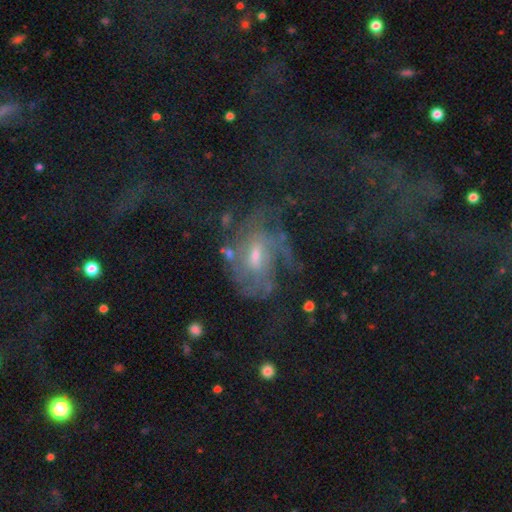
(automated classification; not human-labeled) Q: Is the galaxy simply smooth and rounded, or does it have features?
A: featured or disk — 73%.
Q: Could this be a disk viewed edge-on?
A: no — 97%.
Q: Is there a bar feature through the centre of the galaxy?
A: weak — 53%.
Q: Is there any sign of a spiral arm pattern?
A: yes — 81%.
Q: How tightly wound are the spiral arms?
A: medium — 41%.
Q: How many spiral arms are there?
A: can't tell — 49%.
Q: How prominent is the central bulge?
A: small — 52%.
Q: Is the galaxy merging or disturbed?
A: none — 49%.